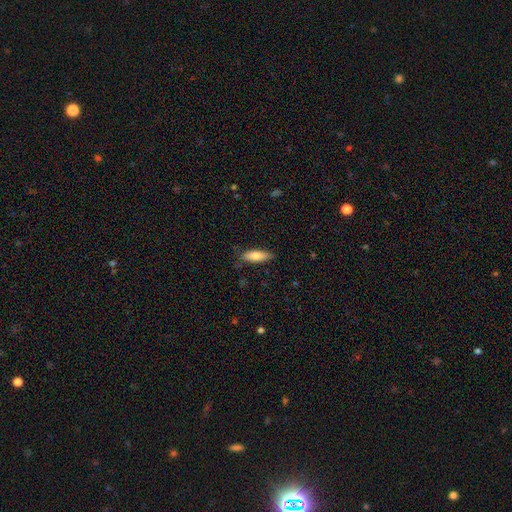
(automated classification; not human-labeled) This appears to be a smooth galaxy with no disk features (78%) that is in between round and cigar-shaped (56%). Merging: none (79%).